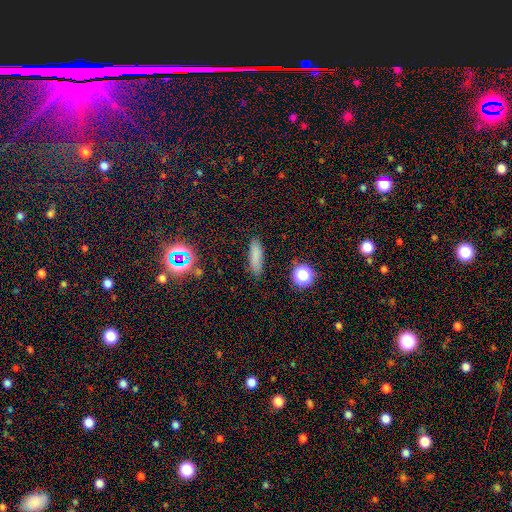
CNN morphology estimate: Smooth or featured? smooth (76%)
How rounded? cigar-shaped (64%)
Merging? none (84%)